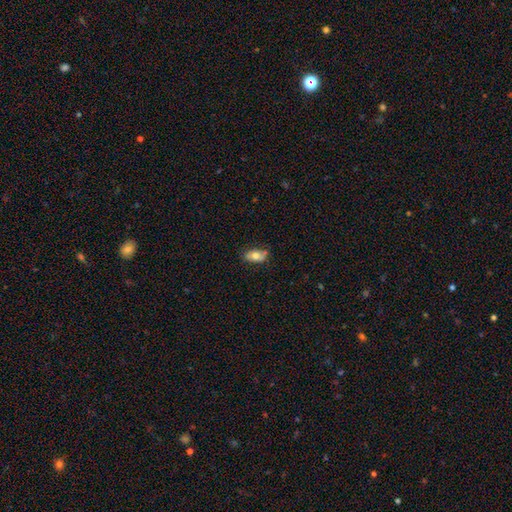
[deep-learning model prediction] Q: Smooth or featured?
A: smooth (67%); runner-up: featured or disk (26%)
Q: How rounded?
A: in between (90%); runner-up: round (6%)
Q: Merging?
A: none (71%); runner-up: minor disturbance (23%)